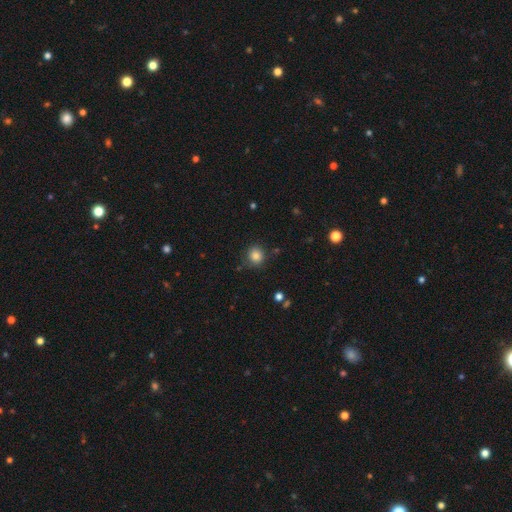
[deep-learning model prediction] Smooth or featured?
  - smooth: 84% *
  - star or artifact: 11%
  - featured or disk: 5%
How rounded?
  - round: 88% *
  - in between: 11%
  - cigar-shaped: 1%
Merging?
  - none: 82% *
  - minor disturbance: 12%
  - major disturbance: 3%
  - merger: 3%